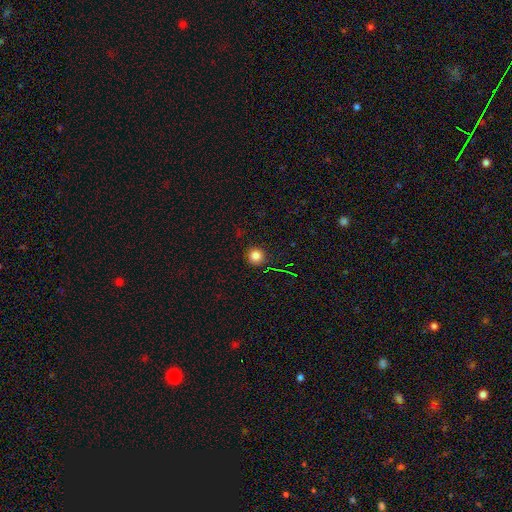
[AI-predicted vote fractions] Overall: smooth (81%). How rounded: round (94%). Merging: none (90%).